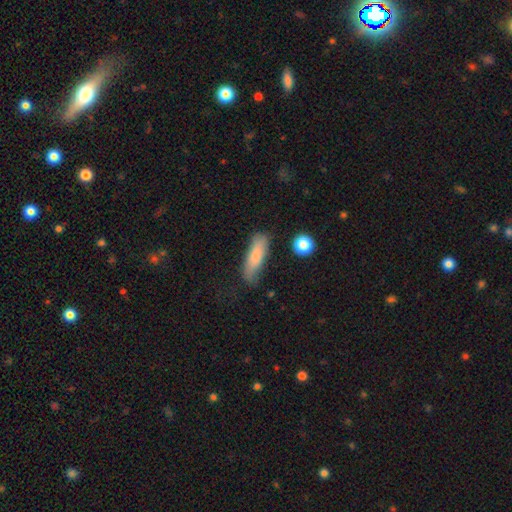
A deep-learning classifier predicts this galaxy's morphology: Smooth or featured: smooth — 80% (featured or disk — 13%)
How rounded: cigar-shaped — 60% (in between — 38%)
Merging: none — 68% (minor disturbance — 23%)